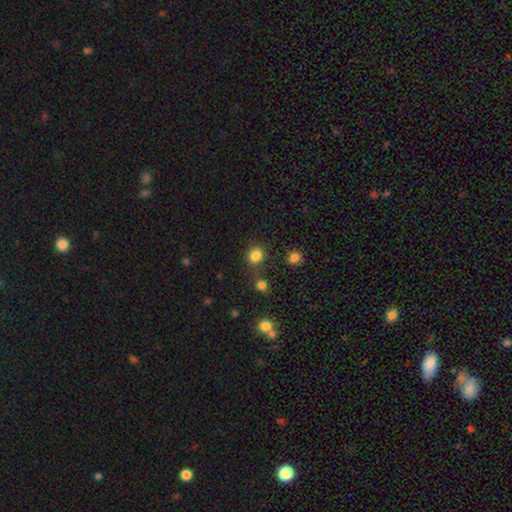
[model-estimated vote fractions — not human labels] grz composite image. It shows a smooth galaxy with no disk features (83%) that is round (78%). Merging: none (78%).